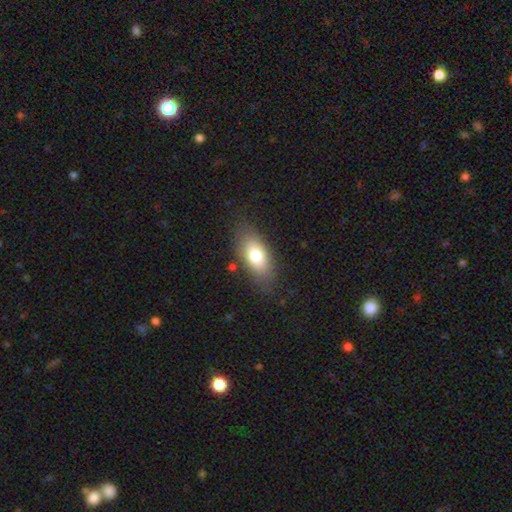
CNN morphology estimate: Overall: smooth (73%). How rounded: in between (86%). Merging: none (79%).